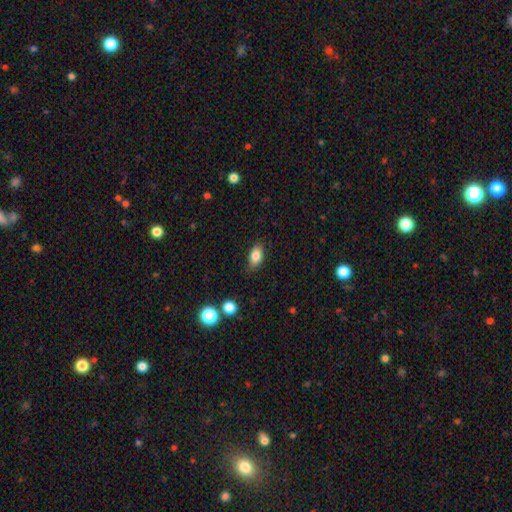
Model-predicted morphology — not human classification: A smooth galaxy with no disk features (82%) that is in between round and cigar-shaped (87%).

Vote fractions:
- Smooth or featured? smooth: 82% / featured or disk: 9% / star or artifact: 8%
- How rounded? in between: 87% / round: 8% / cigar-shaped: 5%
- Merging? none: 82% / minor disturbance: 14% / major disturbance: 3% / merger: 1%